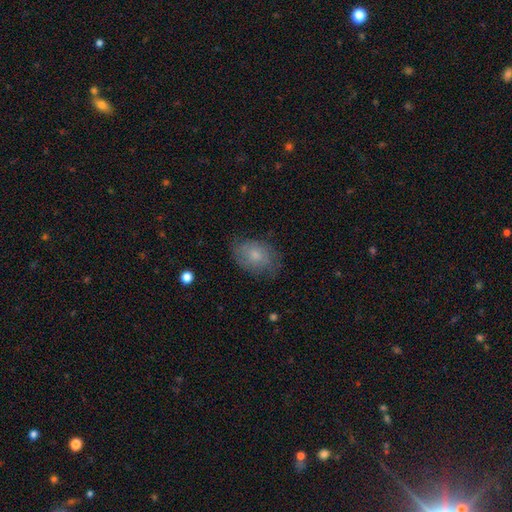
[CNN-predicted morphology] smooth_or_featured: smooth (p=0.69) [alt: featured or disk p=0.24]
how_rounded: in between (p=0.81) [alt: round p=0.17]
merging: none (p=0.69) [alt: minor disturbance p=0.22]